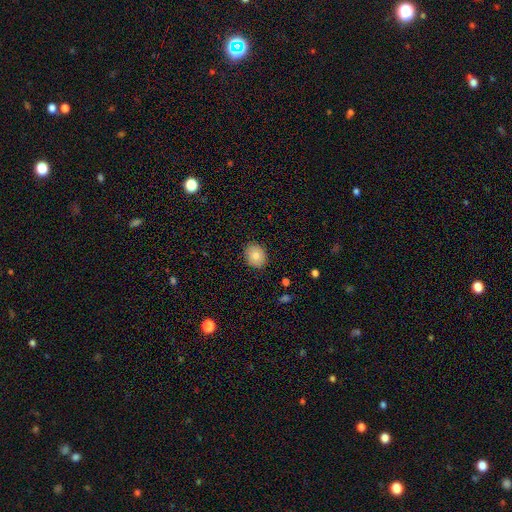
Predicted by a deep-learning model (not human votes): Q: Smooth or featured?
A: smooth (76%); runner-up: featured or disk (15%)
Q: How rounded?
A: round (57%); runner-up: in between (43%)
Q: Merging?
A: none (88%); runner-up: minor disturbance (9%)